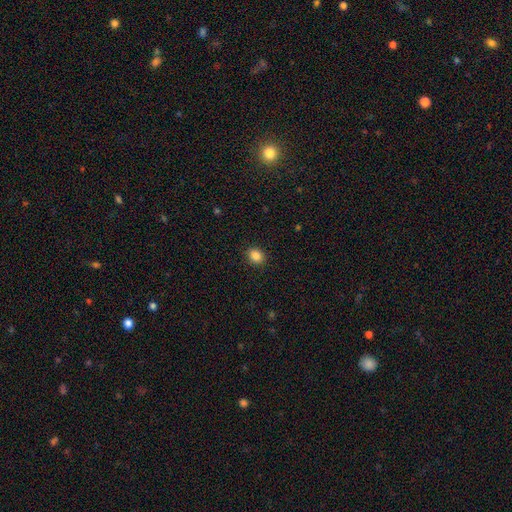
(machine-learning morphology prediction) A smooth galaxy with no disk features (86%) that is round (59%).

Vote fractions:
- Smooth or featured? smooth: 86% / star or artifact: 10% / featured or disk: 4%
- How rounded? round: 59% / in between: 40% / cigar-shaped: 1%
- Merging? none: 90% / minor disturbance: 7% / major disturbance: 2% / merger: 1%